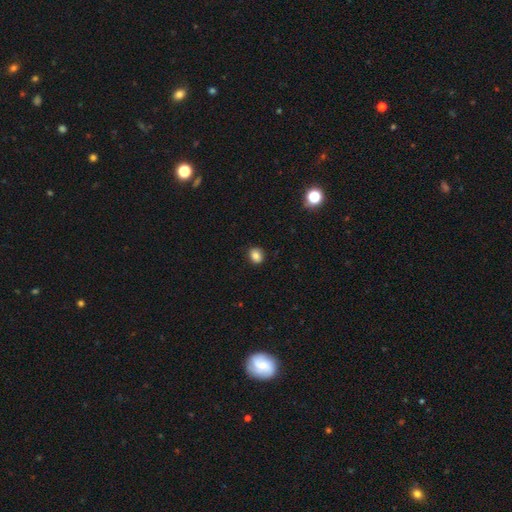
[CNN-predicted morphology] A smooth galaxy with no disk features (84%) that is round (63%). Merging: none (87%).